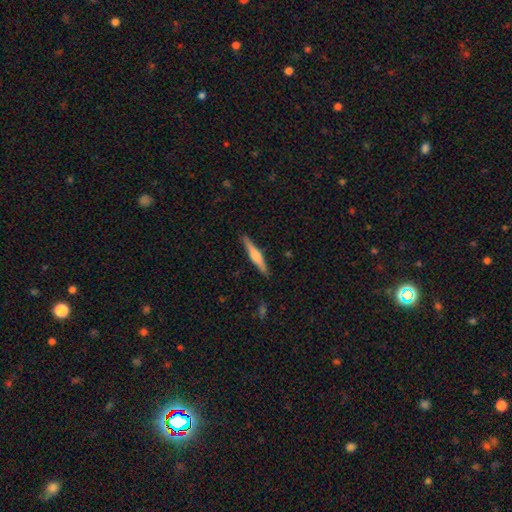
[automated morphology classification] featured or disk 50%, smooth 45%, star or artifact 6%. Down the decision tree: merging — none (89%).